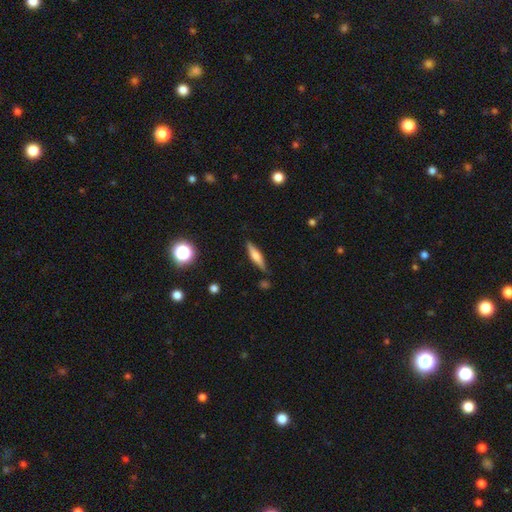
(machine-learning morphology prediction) The model was most divided on "smooth or featured": smooth: 52%, featured or disk: 40%, star or artifact: 8%. More confident: merging — none (83%); how rounded — cigar-shaped (76%).